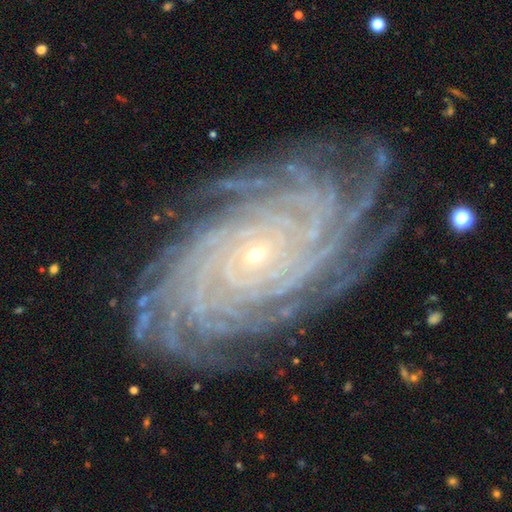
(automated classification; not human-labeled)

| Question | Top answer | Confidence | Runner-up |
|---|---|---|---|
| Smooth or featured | featured or disk | 91% | star or artifact (5%) |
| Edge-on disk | no | 97% | yes (3%) |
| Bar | no | 75% | weak (16%) |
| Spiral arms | yes | 99% | no (1%) |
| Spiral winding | tight | 88% | medium (10%) |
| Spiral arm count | more than 4 | 51% | 4 (15%) |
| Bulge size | small | 85% | moderate (12%) |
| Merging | none | 84% | minor disturbance (12%) |